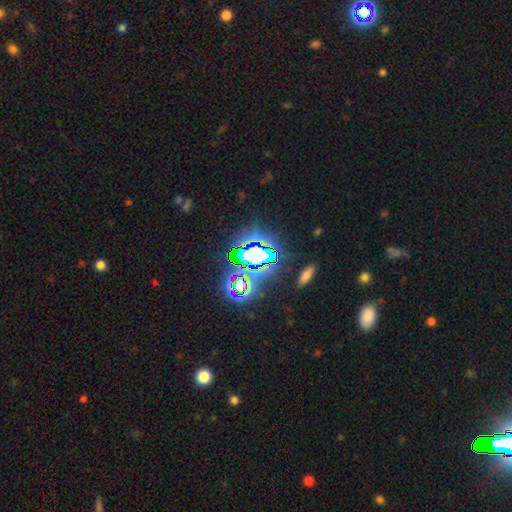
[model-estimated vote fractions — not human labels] The model was most divided on "smooth or featured": star or artifact: 72%, smooth: 15%, featured or disk: 13%.